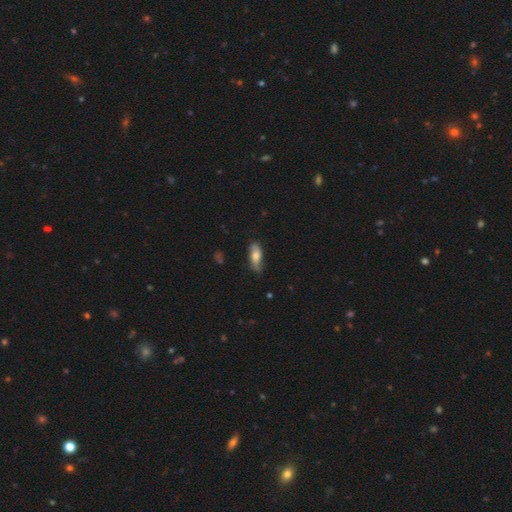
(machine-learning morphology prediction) Smooth or featured? smooth (60%)
How rounded? in between (66%)
Merging? none (70%)